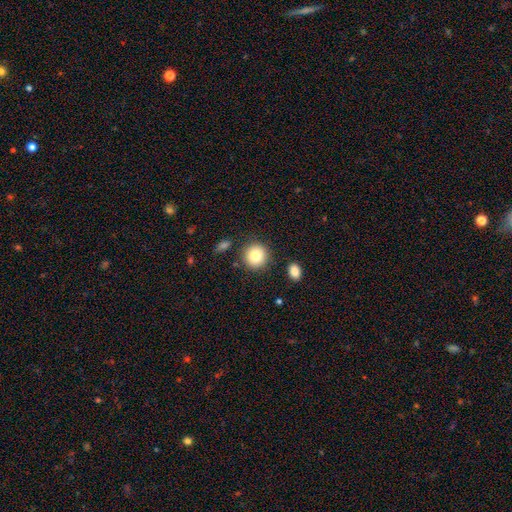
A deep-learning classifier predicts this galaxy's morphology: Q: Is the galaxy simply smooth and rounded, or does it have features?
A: smooth — 81%.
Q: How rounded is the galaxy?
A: round — 92%.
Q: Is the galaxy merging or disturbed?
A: none — 86%.